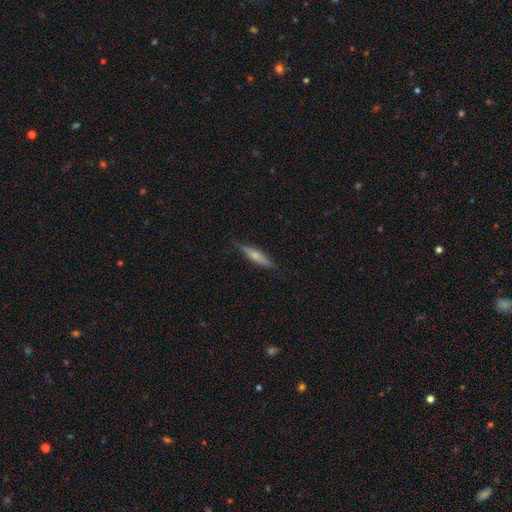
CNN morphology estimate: smooth_or_featured: smooth (p=0.49) [alt: featured or disk p=0.45]
merging: none (p=0.83) [alt: minor disturbance p=0.13]